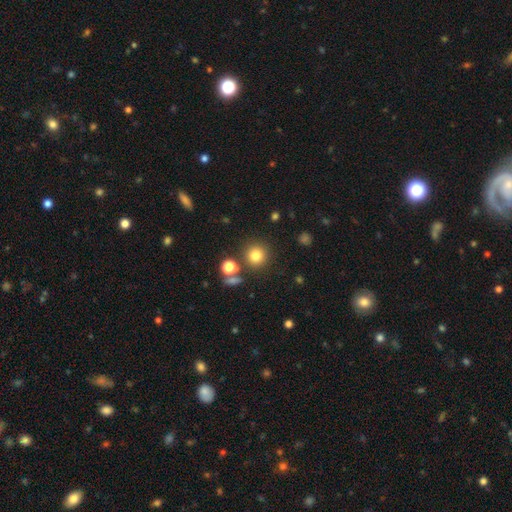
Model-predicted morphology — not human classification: A smooth galaxy with no disk features (79%) that is round (92%).

Vote fractions:
- Smooth or featured? smooth: 79% / star or artifact: 14% / featured or disk: 7%
- How rounded? round: 92% / in between: 7% / cigar-shaped: 1%
- Merging? none: 81% / merger: 8% / minor disturbance: 8% / major disturbance: 4%